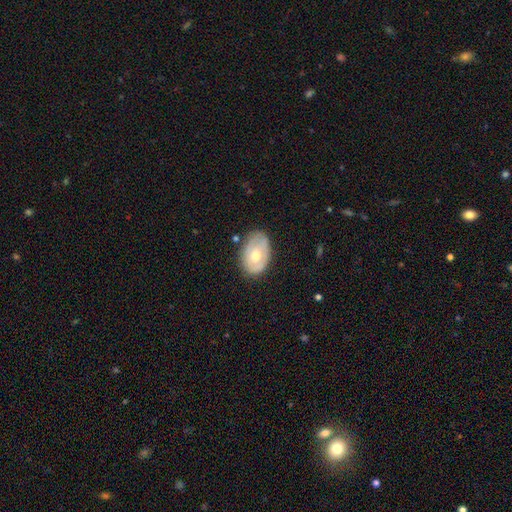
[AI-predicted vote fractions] A smooth galaxy with no disk features (47%, tied with featured or disk).

Vote fractions:
- Smooth or featured? smooth: 47% (tied) / featured or disk: 47% (tied) / star or artifact: 7%
- Merging? none: 73% / minor disturbance: 21% / major disturbance: 5% / merger: 2%